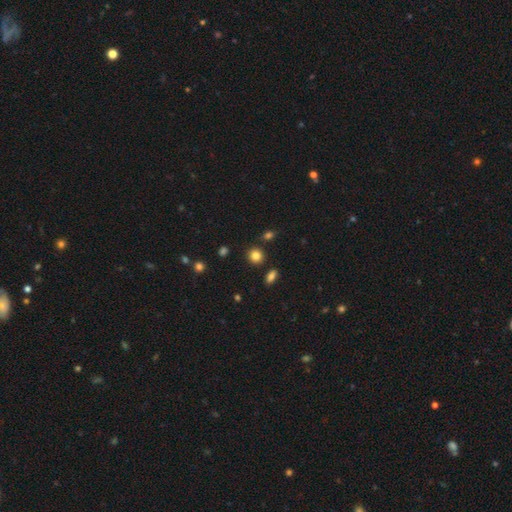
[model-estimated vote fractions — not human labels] Overall: smooth (83%). How rounded: round (86%). Merging: none (86%).